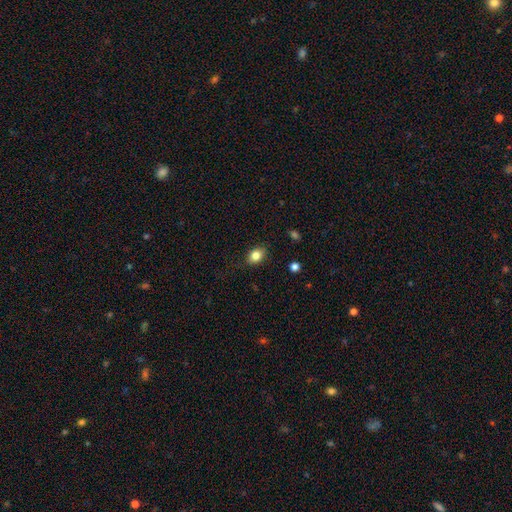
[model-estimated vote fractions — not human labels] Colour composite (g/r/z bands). It shows a smooth galaxy with no disk features (83%) that is in between round and cigar-shaped (68%). Merging: none (83%).